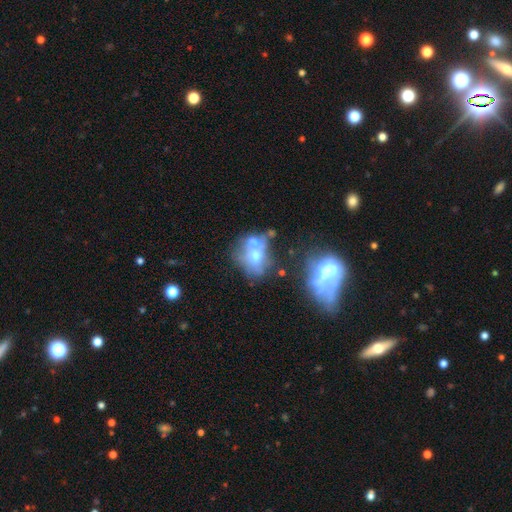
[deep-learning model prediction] A smooth galaxy with no disk features (50%).

Vote fractions:
- Smooth or featured? smooth: 50% / featured or disk: 35% / star or artifact: 15%
- Merging? merger: 52% / none: 26% / minor disturbance: 11% / major disturbance: 10%